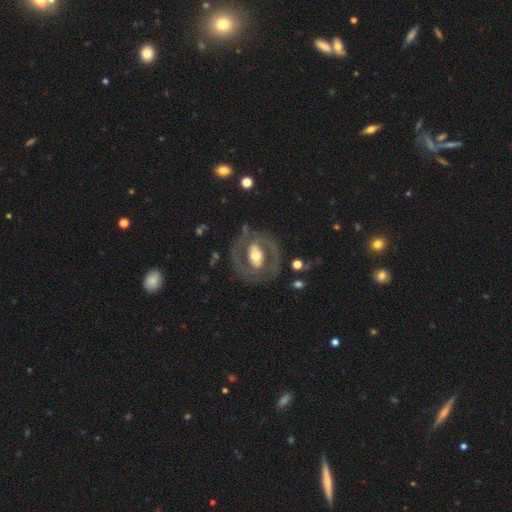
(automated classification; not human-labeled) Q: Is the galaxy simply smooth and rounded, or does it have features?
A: featured or disk — 79%.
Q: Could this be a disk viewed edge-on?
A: no — 96%.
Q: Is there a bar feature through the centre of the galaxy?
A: strong — 40%.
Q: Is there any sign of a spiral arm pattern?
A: yes — 70%.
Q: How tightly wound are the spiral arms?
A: medium — 45%.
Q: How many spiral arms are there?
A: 2 — 83%.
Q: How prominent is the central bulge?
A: moderate — 66%.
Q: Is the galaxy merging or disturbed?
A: none — 75%.